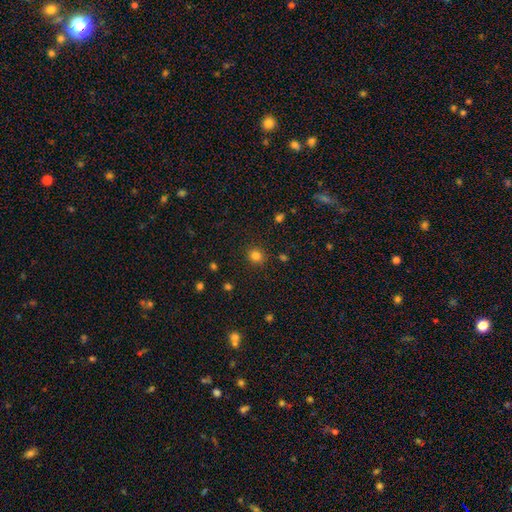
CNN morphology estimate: Smooth or featured?
  - smooth: 81% *
  - star or artifact: 14%
  - featured or disk: 5%
How rounded?
  - round: 86% *
  - in between: 13%
  - cigar-shaped: 1%
Merging?
  - none: 89% *
  - minor disturbance: 7%
  - major disturbance: 2%
  - merger: 1%